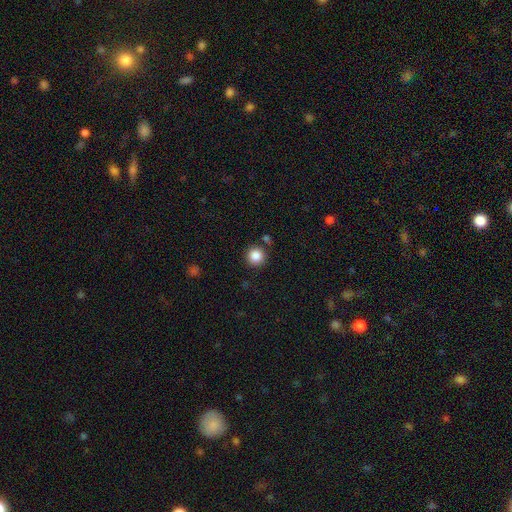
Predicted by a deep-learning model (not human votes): smooth-or-featured: smooth: 86% | star or artifact: 10% | featured or disk: 4%
  how-rounded: round: 95% | in between: 4% | cigar-shaped: 1%
  merging: none: 87% | minor disturbance: 7% | merger: 4% | major disturbance: 2%